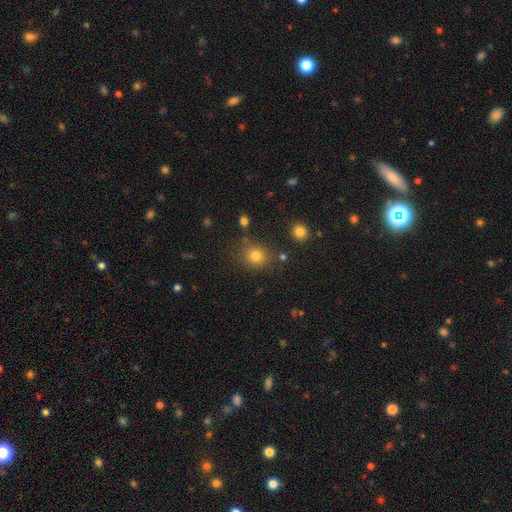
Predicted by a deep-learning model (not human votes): Morphology: type=smooth (79%); roundness=round (80%); merging=none (79%).